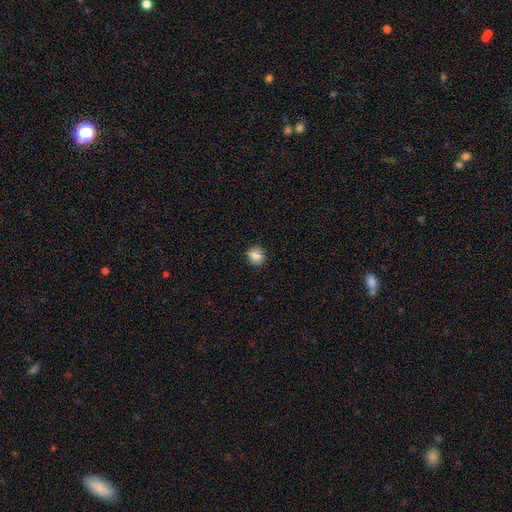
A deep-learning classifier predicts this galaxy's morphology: A smooth galaxy with no disk features (86%) that is round (83%). Merging: none (90%).